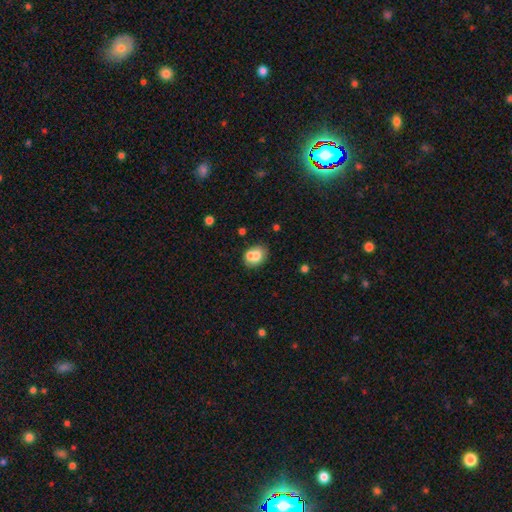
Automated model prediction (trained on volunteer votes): Q: Smooth or featured?
A: smooth (70%); runner-up: featured or disk (20%)
Q: How rounded?
A: in between (54%); runner-up: round (45%)
Q: Merging?
A: merger (43%); runner-up: none (40%)